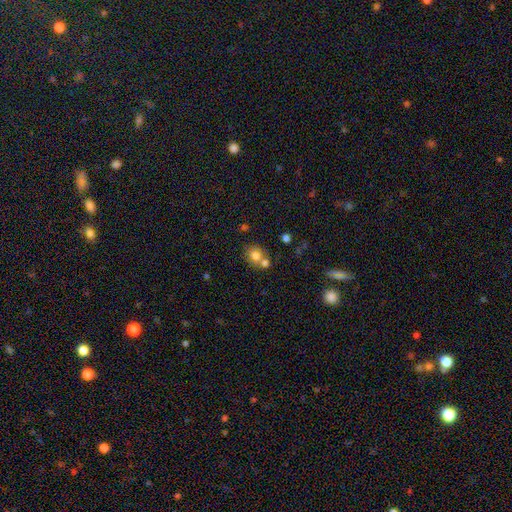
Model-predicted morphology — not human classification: Smooth or featured? Predicted: smooth (p=0.77). How rounded? Predicted: round (p=0.75). Merging? Predicted: none (p=0.50).